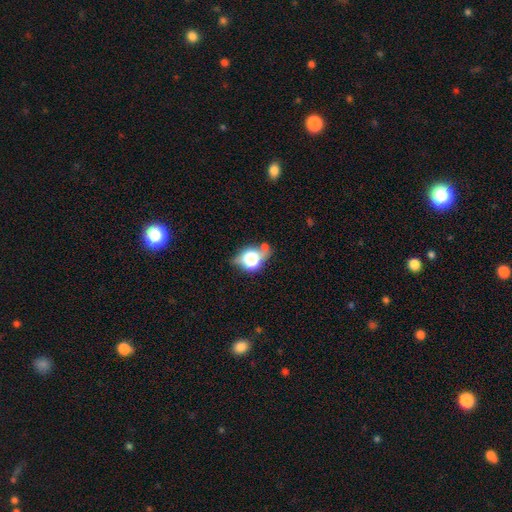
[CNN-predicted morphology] This is possibly a smooth galaxy (57%). How rounded: possibly in between (48%). Merging: possibly none (58%).